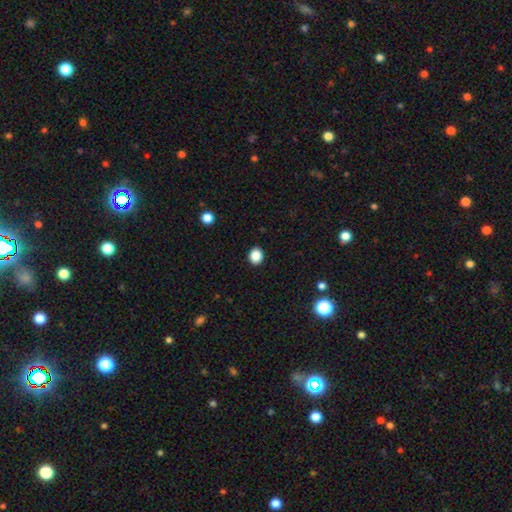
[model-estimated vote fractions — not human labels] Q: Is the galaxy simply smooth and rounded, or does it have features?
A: smooth — 87%.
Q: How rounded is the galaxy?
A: round — 65%.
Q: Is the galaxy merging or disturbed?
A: none — 92%.